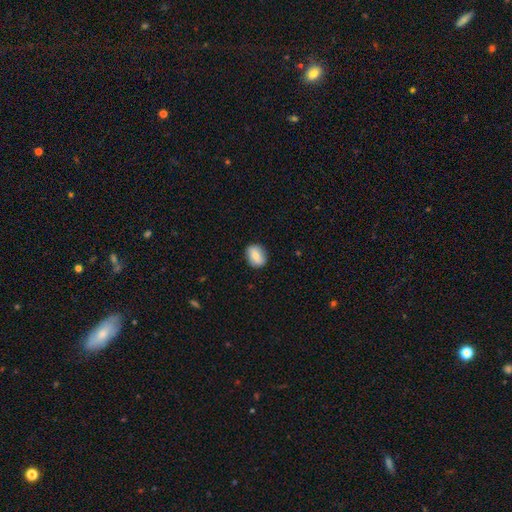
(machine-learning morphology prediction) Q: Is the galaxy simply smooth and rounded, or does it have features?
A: smooth — 69%.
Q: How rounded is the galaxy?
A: in between — 53%.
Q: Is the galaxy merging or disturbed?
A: none — 85%.